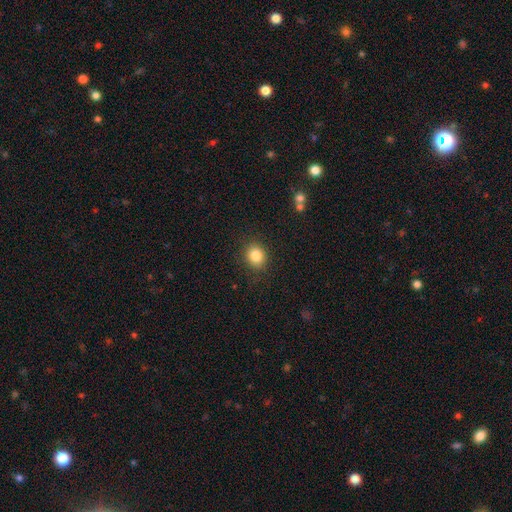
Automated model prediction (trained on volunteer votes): A smooth galaxy with no disk features (84%) that is round (69%). Merging: none (87%).